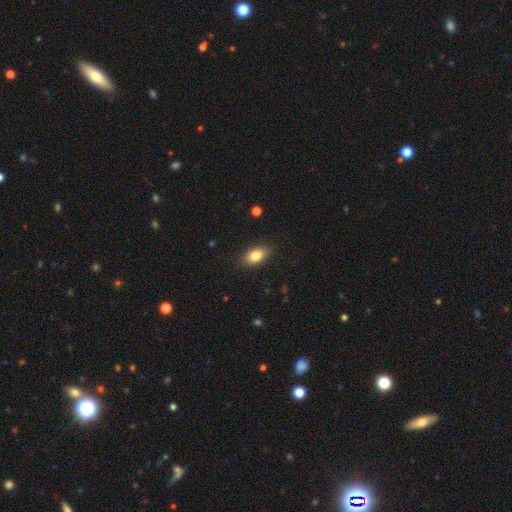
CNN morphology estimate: Smooth or featured?
  - smooth: 83% *
  - featured or disk: 10%
  - star or artifact: 8%
How rounded?
  - in between: 89% *
  - round: 7%
  - cigar-shaped: 4%
Merging?
  - none: 87% *
  - minor disturbance: 9%
  - major disturbance: 2%
  - merger: 1%